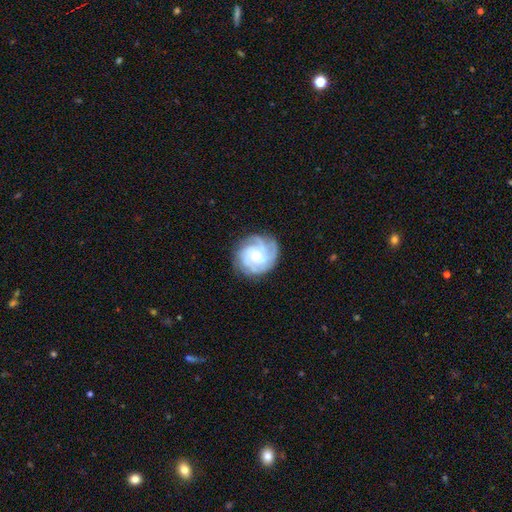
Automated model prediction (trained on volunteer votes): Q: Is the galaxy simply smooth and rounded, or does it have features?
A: featured or disk — 82%.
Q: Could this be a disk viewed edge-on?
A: no — 98%.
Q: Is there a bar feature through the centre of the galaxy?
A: no — 73%.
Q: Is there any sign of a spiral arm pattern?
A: yes — 96%.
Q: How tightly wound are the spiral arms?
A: tight — 61%.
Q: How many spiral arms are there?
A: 3 — 33%.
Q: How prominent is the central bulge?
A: small — 50%.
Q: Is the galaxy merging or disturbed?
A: none — 77%.